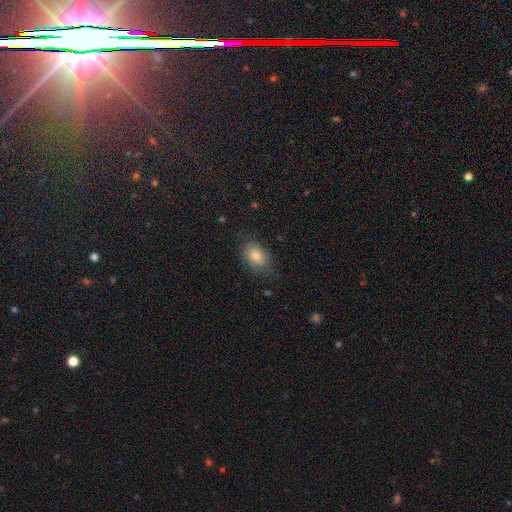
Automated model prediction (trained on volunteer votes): The model was most divided on "merging": none: 74%, minor disturbance: 19%, major disturbance: 5%, merger: 1%. More confident: how rounded — in between (80%); smooth or featured — smooth (72%).